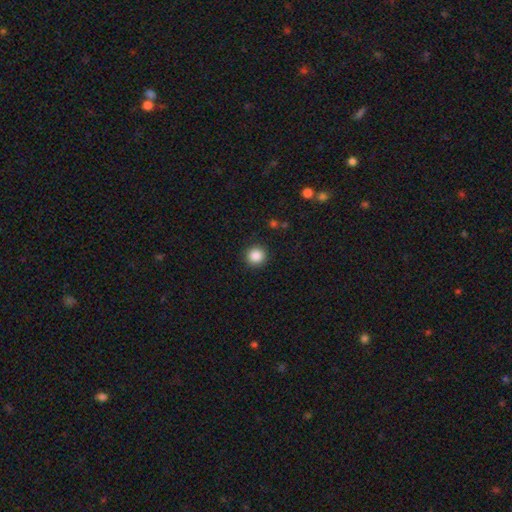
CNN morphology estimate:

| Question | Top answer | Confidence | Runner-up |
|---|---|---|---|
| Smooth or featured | smooth | 87% | star or artifact (10%) |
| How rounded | round | 94% | in between (5%) |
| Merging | none | 91% | minor disturbance (5%) |